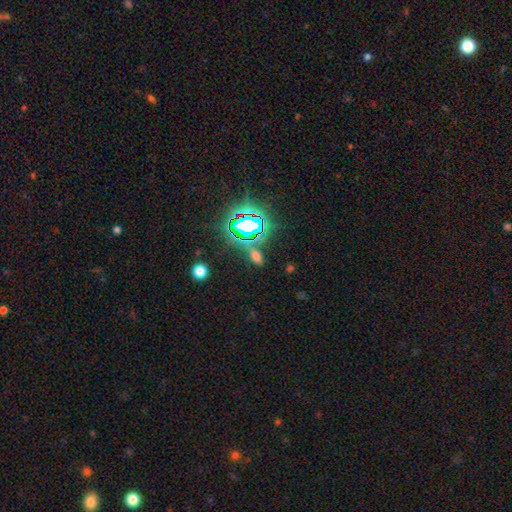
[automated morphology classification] Smooth or featured? Predicted: smooth (p=0.50). How rounded? Predicted: in between (p=0.75). Merging? Predicted: none (p=0.76).